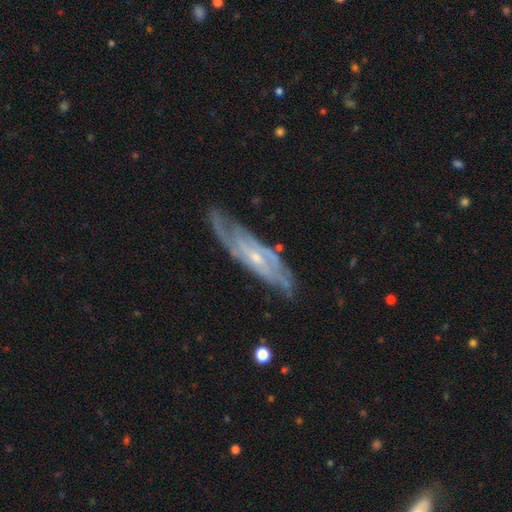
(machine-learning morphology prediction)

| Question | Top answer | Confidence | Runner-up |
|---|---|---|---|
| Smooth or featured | featured or disk | 85% | smooth (10%) |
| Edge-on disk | no | 74% | yes (26%) |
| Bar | no | 45% | weak (41%) |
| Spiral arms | yes | 92% | no (8%) |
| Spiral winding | tight | 50% | medium (39%) |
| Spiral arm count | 2 | 42% | can't tell (33%) |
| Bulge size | small | 69% | moderate (26%) |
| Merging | none | 72% | minor disturbance (19%) |